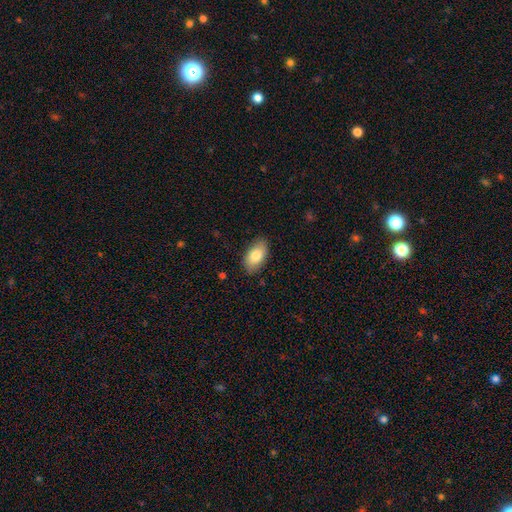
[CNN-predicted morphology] smooth-or-featured: smooth: 81% | featured or disk: 12% | star or artifact: 6%
  how-rounded: in between: 93% | round: 4% | cigar-shaped: 3%
  merging: none: 85% | minor disturbance: 11% | major disturbance: 2% | merger: 1%